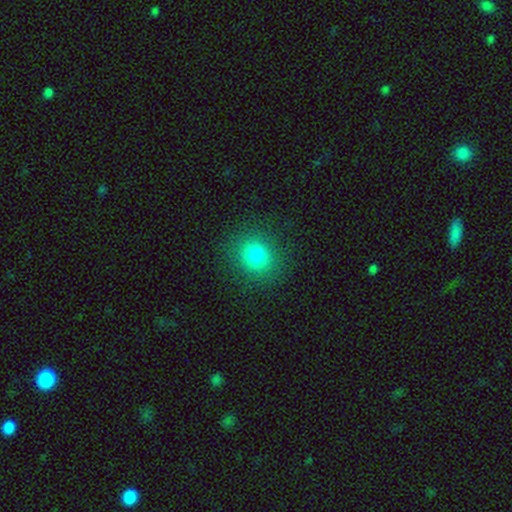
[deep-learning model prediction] Q: Smooth or featured?
A: smooth (80%); runner-up: star or artifact (13%)
Q: How rounded?
A: round (78%); runner-up: in between (21%)
Q: Merging?
A: none (89%); runner-up: minor disturbance (7%)